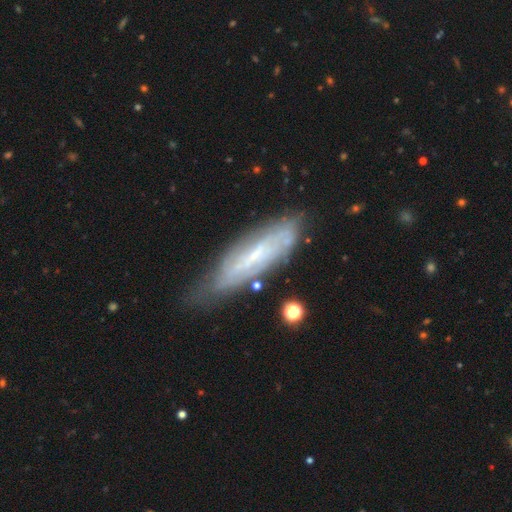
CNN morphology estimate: Overall: featured or disk (66%; smooth 26%). Edge-on disk: no (70%; yes 30%). Merging: none (63%; minor disturbance 26%).